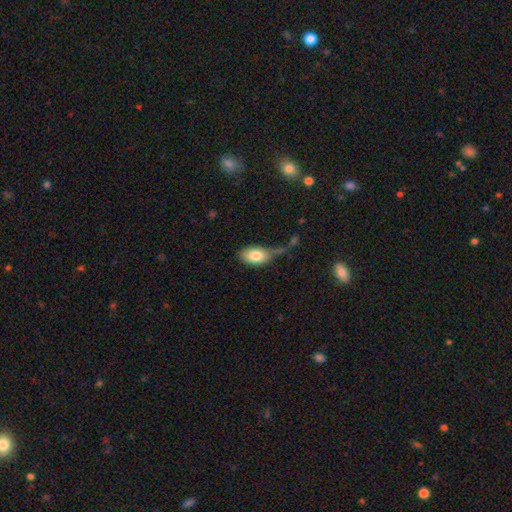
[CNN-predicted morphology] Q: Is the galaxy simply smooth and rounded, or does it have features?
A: smooth — 81%.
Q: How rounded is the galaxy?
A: in between — 91%.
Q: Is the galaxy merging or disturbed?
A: none — 41%.